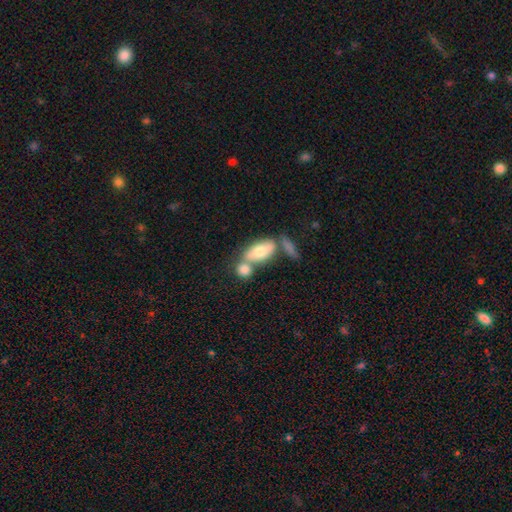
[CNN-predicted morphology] smooth_or_featured: smooth (p=0.47) [alt: featured or disk p=0.40]
merging: merger (p=0.51) [alt: none p=0.28]